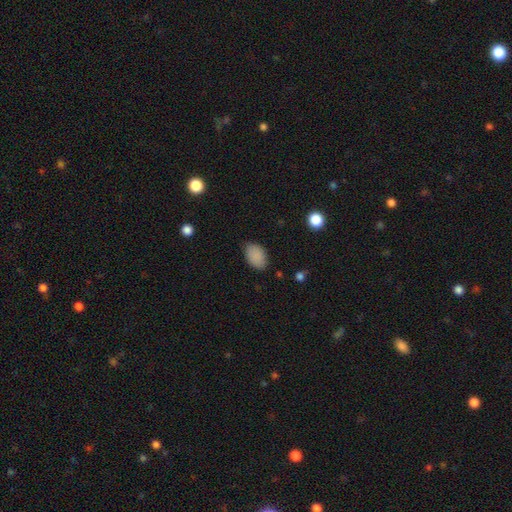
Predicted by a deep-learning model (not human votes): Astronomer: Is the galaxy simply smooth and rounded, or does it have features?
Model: smooth — 88%.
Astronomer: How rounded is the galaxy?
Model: in between — 90%.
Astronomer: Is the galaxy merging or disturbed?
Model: none — 81%.